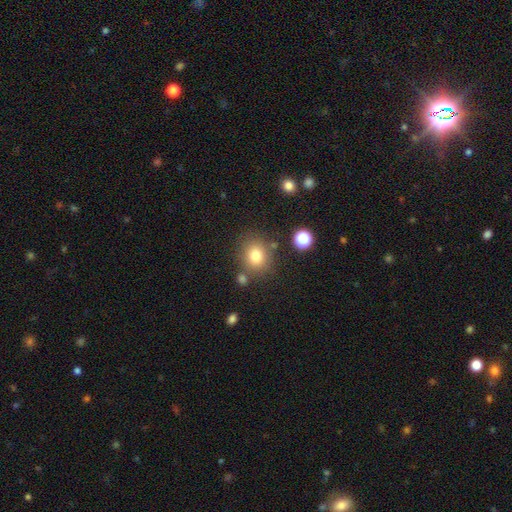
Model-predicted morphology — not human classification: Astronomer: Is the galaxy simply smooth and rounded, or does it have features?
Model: smooth — 78%.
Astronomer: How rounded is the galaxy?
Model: round — 72%.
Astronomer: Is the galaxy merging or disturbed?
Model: none — 76%.